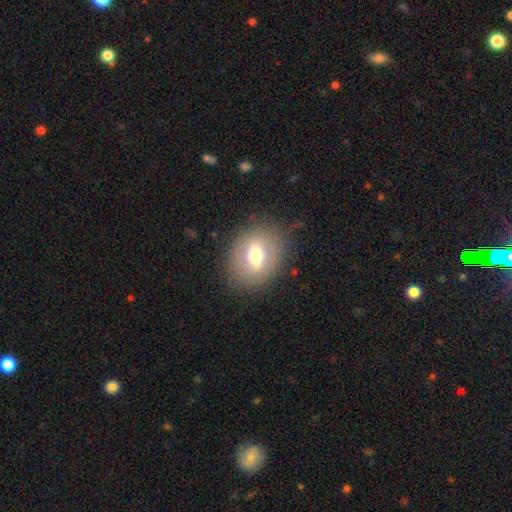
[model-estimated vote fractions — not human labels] smooth 60%, featured or disk 31%, star or artifact 9%. Down the decision tree: how rounded — in between (60%); merging — none (80%).